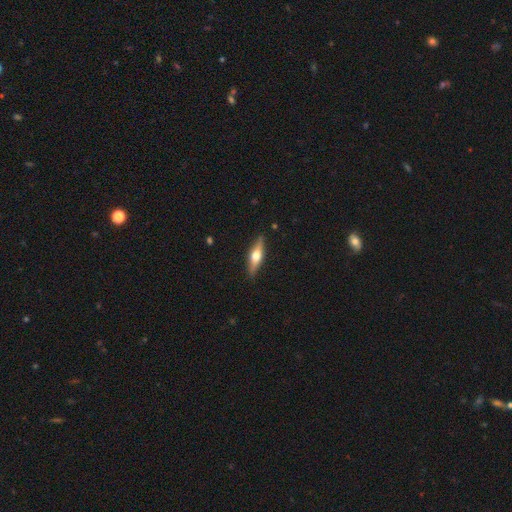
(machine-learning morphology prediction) The model was most divided on "smooth or featured": featured or disk: 56%, smooth: 38%, star or artifact: 6%. More confident: edge-on bulge — rounded (94%); edge-on disk — yes (93%); merging — none (88%).